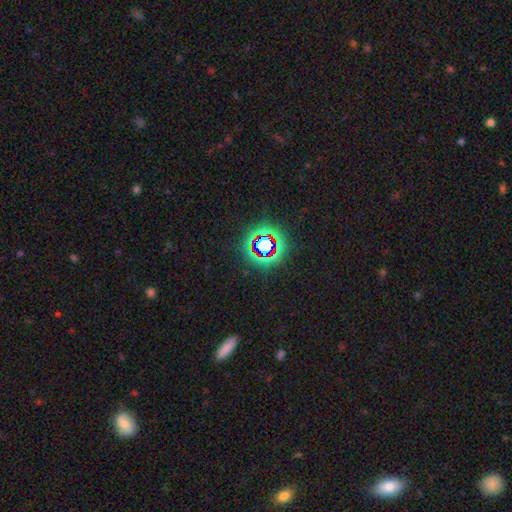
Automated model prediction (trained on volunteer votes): Smooth or featured: star or artifact — 75% (smooth — 16%)